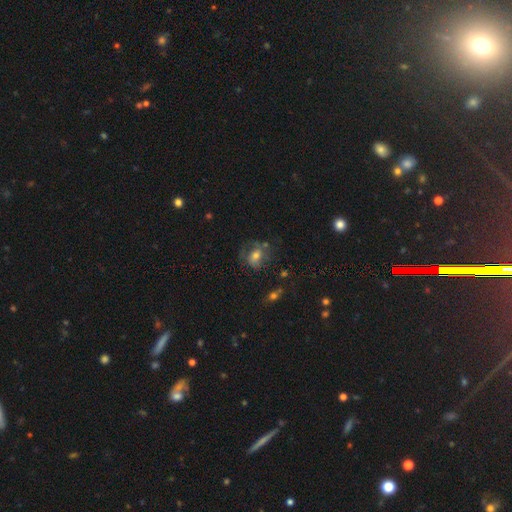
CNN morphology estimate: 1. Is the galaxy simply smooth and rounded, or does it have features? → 49% smooth, 38% featured or disk, 13% star or artifact.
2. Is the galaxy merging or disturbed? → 49% none, 24% minor disturbance, 22% major disturbance, 5% merger.